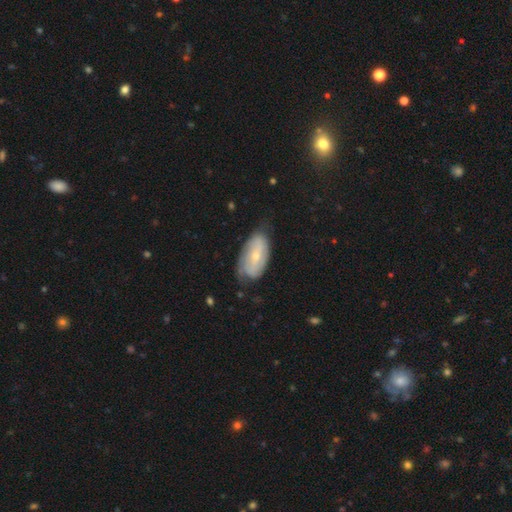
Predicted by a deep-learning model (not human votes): Q: Smooth or featured?
A: featured or disk (57%); runner-up: smooth (36%)
Q: Edge-on disk?
A: no (91%); runner-up: yes (9%)
Q: Bar?
A: no (54%); runner-up: weak (31%)
Q: Spiral arms?
A: yes (72%); runner-up: no (28%)
Q: Bulge size?
A: small (64%); runner-up: moderate (32%)
Q: Merging?
A: none (61%); runner-up: minor disturbance (29%)